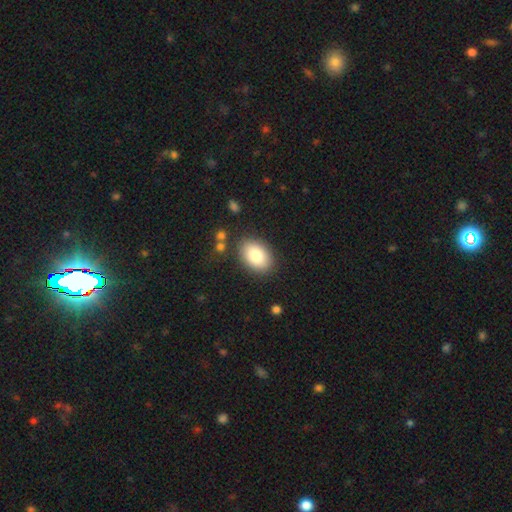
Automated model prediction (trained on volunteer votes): The model was most divided on "how rounded": in between: 86%, round: 13%, cigar-shaped: 1%. More confident: smooth or featured — smooth (85%); merging — none (85%).